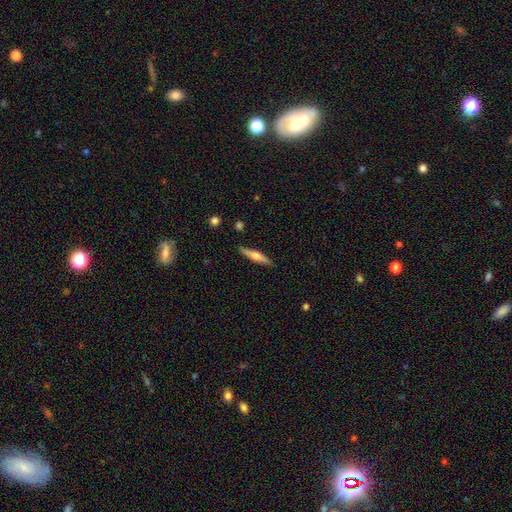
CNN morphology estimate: Overall: featured or disk (51%; smooth 43%). Edge-on disk: yes (95%). Merging: none (89%).